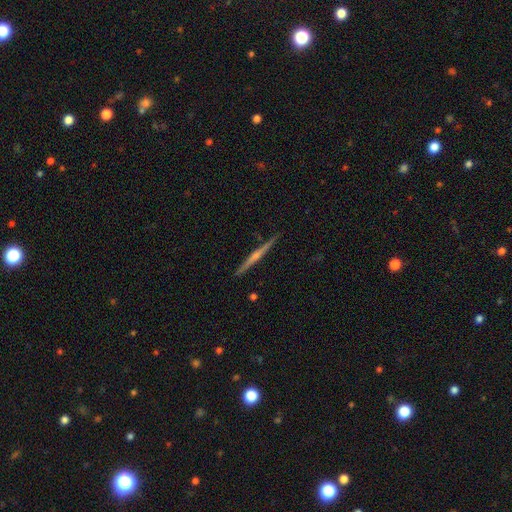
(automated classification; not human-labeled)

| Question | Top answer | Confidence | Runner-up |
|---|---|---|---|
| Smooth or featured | featured or disk | 72% | smooth (19%) |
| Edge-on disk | yes | 97% | no (3%) |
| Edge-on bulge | rounded | 71% | none (22%) |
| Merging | none | 90% | minor disturbance (7%) |